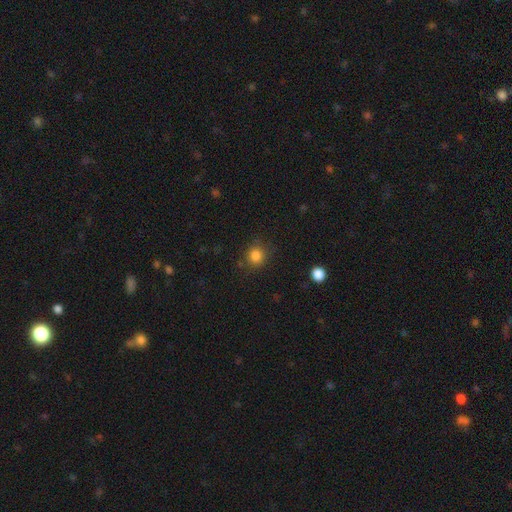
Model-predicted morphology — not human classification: Q: Smooth or featured?
A: smooth (84%); runner-up: star or artifact (12%)
Q: How rounded?
A: round (90%); runner-up: in between (9%)
Q: Merging?
A: none (85%); runner-up: minor disturbance (10%)